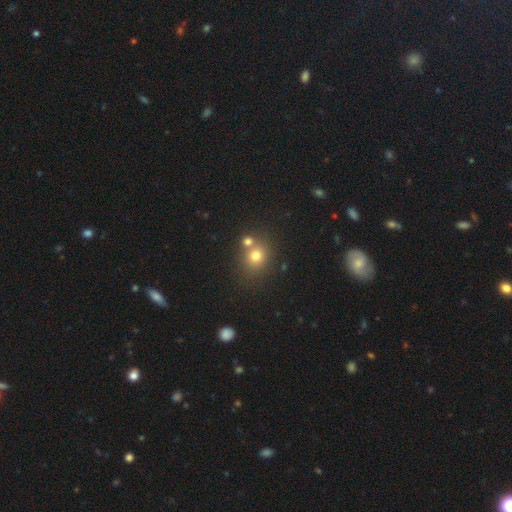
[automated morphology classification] Smooth or featured? Predicted: smooth (p=0.73). How rounded? Predicted: round (p=0.78). Merging? Predicted: none (p=0.58).